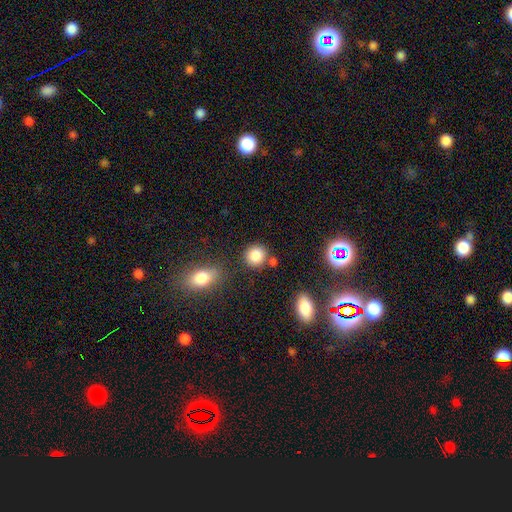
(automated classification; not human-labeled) smooth 85%, star or artifact 10%, featured or disk 5%. Down the decision tree: how rounded — round (85%); merging — none (76%).